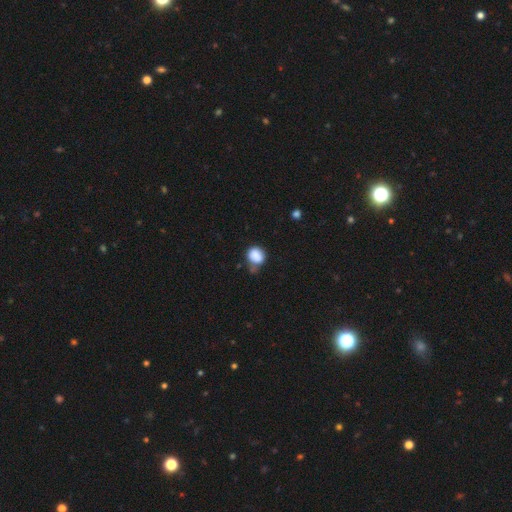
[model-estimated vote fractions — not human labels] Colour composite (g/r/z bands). It shows a smooth galaxy with no disk features (86%) that is round (68%). Merging: none (49%).